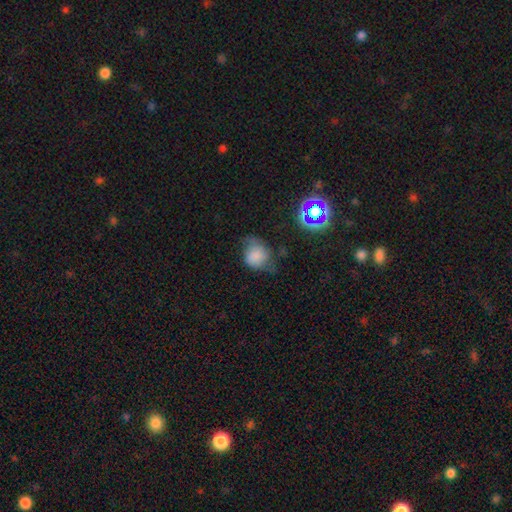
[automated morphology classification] Smooth or featured? smooth (63%)
How rounded? round (66%)
Merging? none (41%)